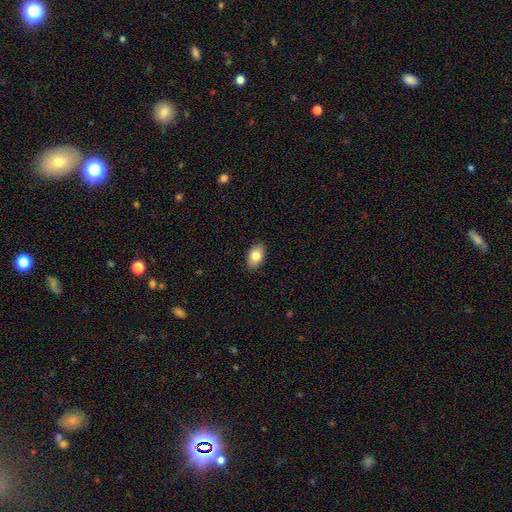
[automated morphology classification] This appears to be a smooth galaxy with no disk features (83%) that is in between round and cigar-shaped (90%). Merging: none (88%).